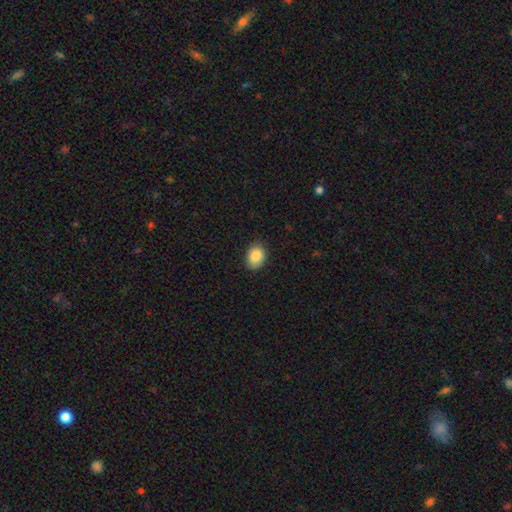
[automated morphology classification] smooth-or-featured: smooth: 87% | star or artifact: 8% | featured or disk: 5%
  how-rounded: in between: 65% | round: 34% | cigar-shaped: 1%
  merging: none: 84% | minor disturbance: 13% | major disturbance: 2% | merger: 1%